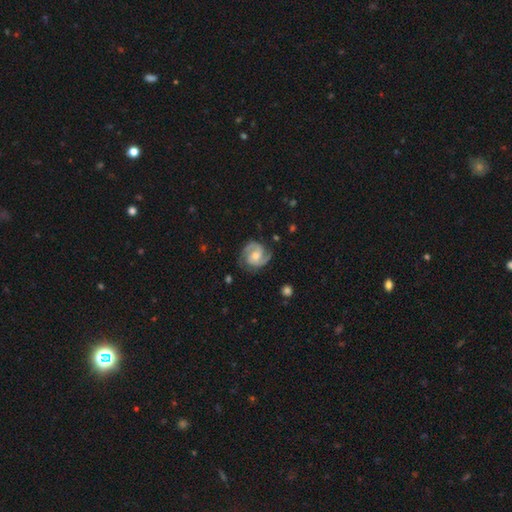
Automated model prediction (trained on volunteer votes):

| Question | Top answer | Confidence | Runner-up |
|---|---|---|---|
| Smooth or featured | featured or disk | 86% | smooth (9%) |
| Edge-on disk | no | 98% | yes (2%) |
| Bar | no | 53% | weak (38%) |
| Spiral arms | yes | 97% | no (3%) |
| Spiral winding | medium | 47% | tight (42%) |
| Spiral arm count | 2 | 80% | 3 (10%) |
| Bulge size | moderate | 53% | small (37%) |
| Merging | none | 75% | minor disturbance (17%) |